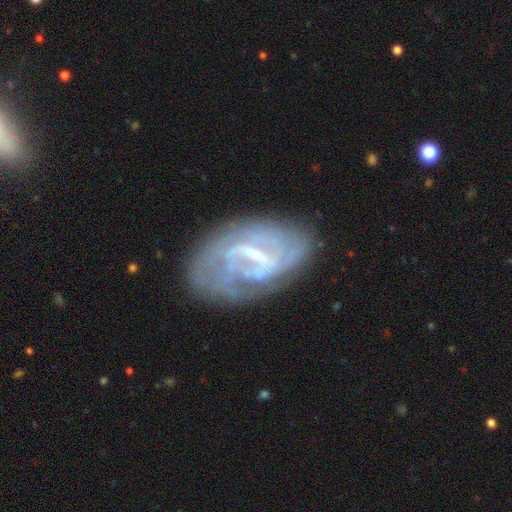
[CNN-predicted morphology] Smooth or featured? Predicted: featured or disk (p=0.81). Edge-on disk? Predicted: no (p=0.96). Bar? Predicted: strong (p=0.55). Spiral arms? Predicted: yes (p=0.77). Spiral winding? Predicted: tight (p=0.46). Spiral arm count? Predicted: can't tell (p=0.43). Bulge size? Predicted: small (p=0.42). Merging? Predicted: none (p=0.60).